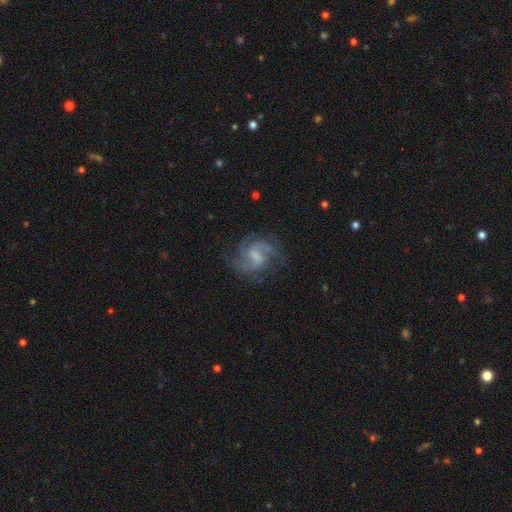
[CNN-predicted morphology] Smooth or featured? featured or disk (81%)
Edge-on disk? no (98%)
Bar? weak (58%)
Spiral arms? yes (95%)
Spiral winding? medium (53%)
Spiral arm count? 2 (54%)
Bulge size? small (35%)
Merging? none (68%)